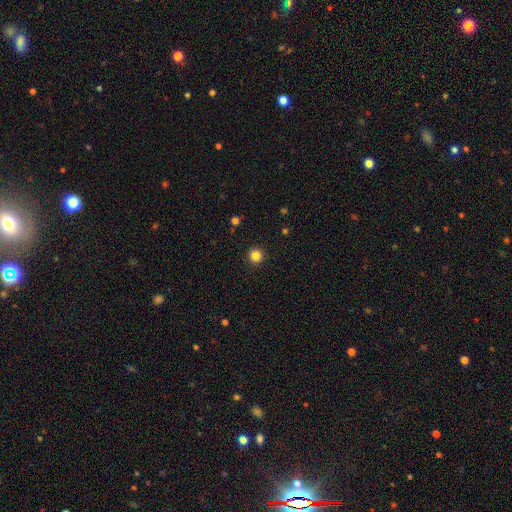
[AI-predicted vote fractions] This appears to be a smooth galaxy with no disk features (84%) that is round (96%). Merging: none (93%).